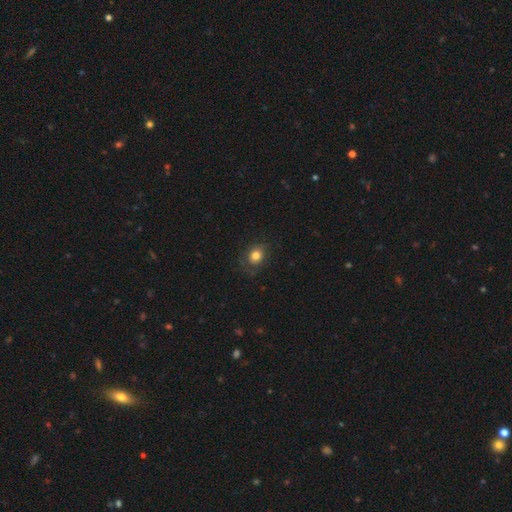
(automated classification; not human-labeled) Smooth or featured: smooth — 79% (star or artifact — 11%)
How rounded: round — 69% (in between — 30%)
Merging: none — 75% (minor disturbance — 17%)